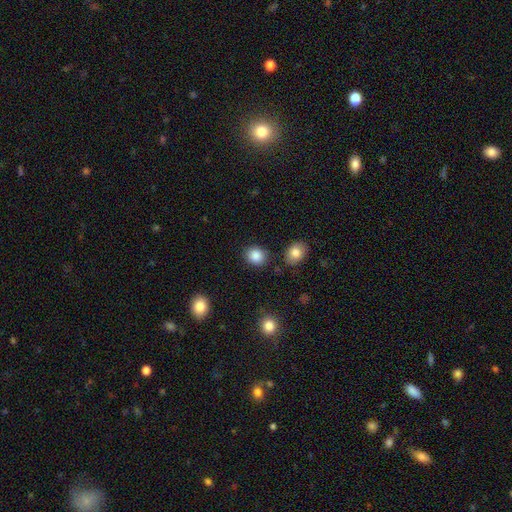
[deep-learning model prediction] A smooth galaxy with no disk features (88%) that is round (69%). Merging: none (85%).